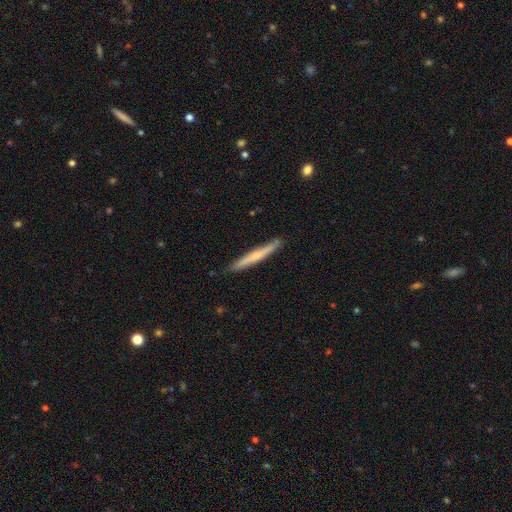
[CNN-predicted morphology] This is possibly a smooth galaxy (51%). How rounded: clearly cigar-shaped (96%). Merging: clearly none (89%).